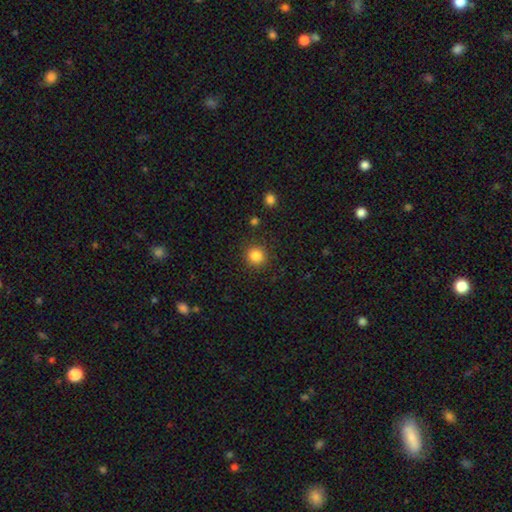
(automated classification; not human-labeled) Overall: smooth (85%). How rounded: round (93%). Merging: none (89%).